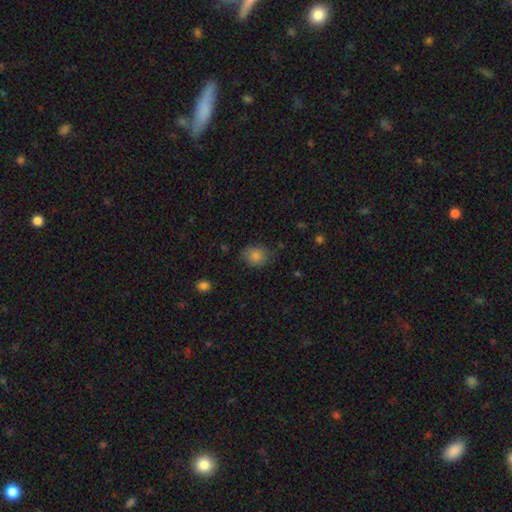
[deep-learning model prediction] This is clearly a smooth galaxy (82%). How rounded: likely round (63%). Merging: likely none (78%).